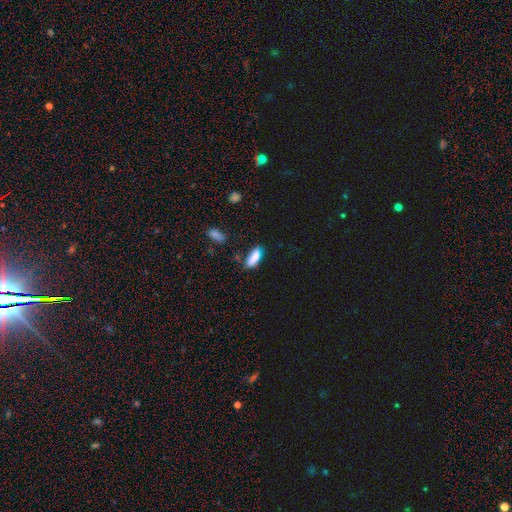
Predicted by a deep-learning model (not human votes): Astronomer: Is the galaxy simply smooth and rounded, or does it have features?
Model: smooth — 81%.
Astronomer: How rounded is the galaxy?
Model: in between — 64%.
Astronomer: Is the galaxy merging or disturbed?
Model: none — 65%.